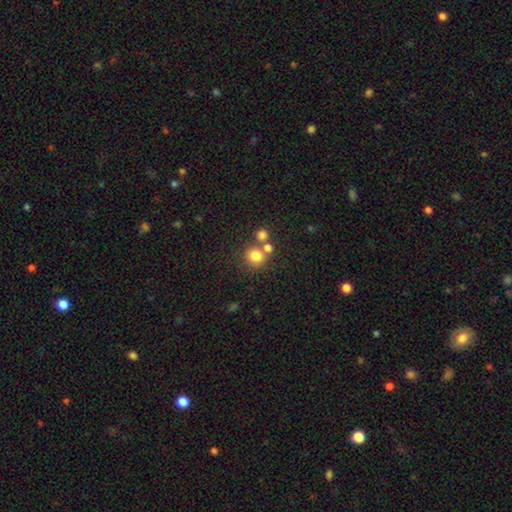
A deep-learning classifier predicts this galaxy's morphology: This appears to be a smooth galaxy with no disk features (78%) that is round (87%). Merging: none (60%).